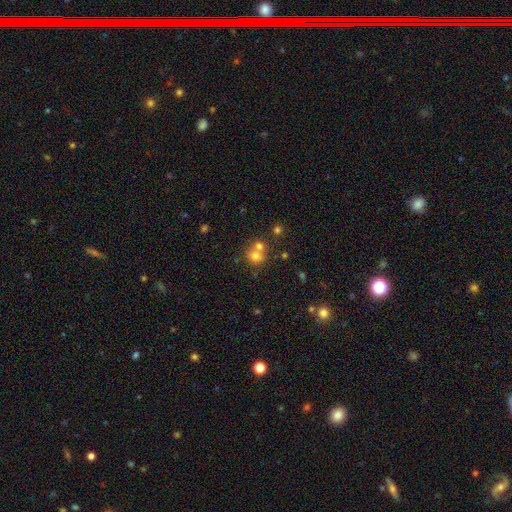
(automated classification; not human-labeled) smooth 70%, star or artifact 16%, featured or disk 14%. Down the decision tree: how rounded — round (78%); merging — merger (46%).